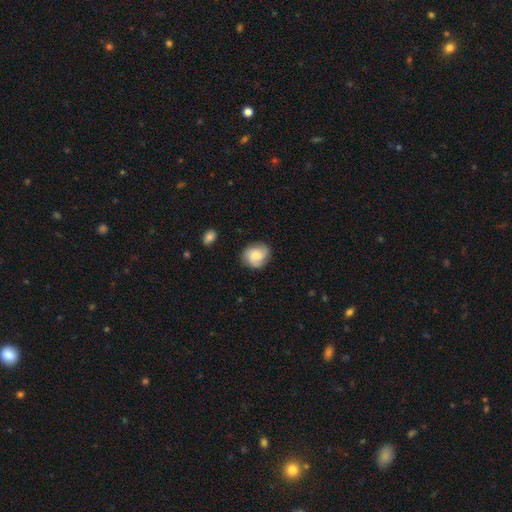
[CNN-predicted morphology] smooth-or-featured: smooth: 56% | featured or disk: 36% | star or artifact: 8%
  how-rounded: round: 72% | in between: 27% | cigar-shaped: 1%
  merging: none: 78% | minor disturbance: 16% | major disturbance: 4% | merger: 1%